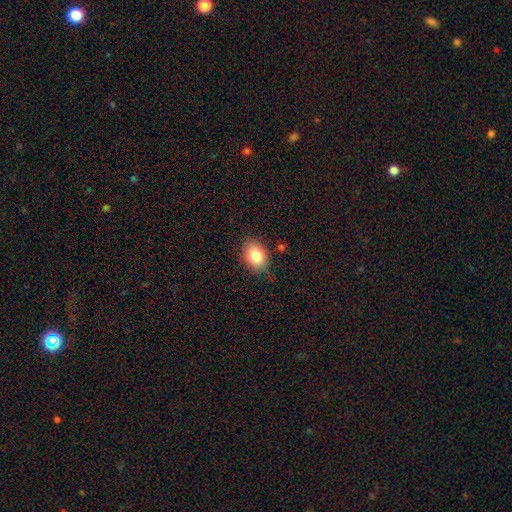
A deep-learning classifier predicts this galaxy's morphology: Smooth or featured: smooth — 84% (featured or disk — 8%)
How rounded: in between — 73% (round — 26%)
Merging: none — 80% (minor disturbance — 15%)